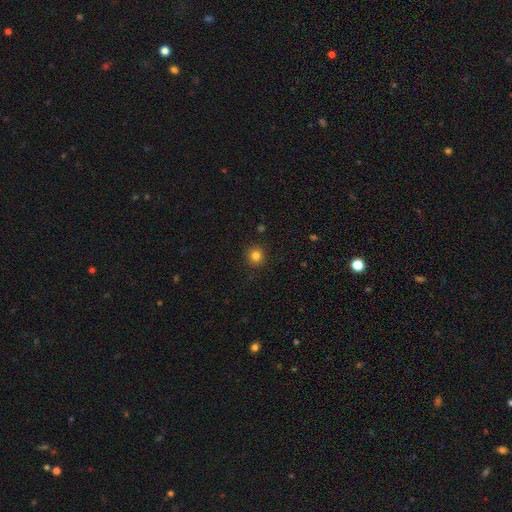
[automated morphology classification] This is clearly a smooth galaxy (82%). How rounded: clearly round (92%). Merging: clearly none (91%).